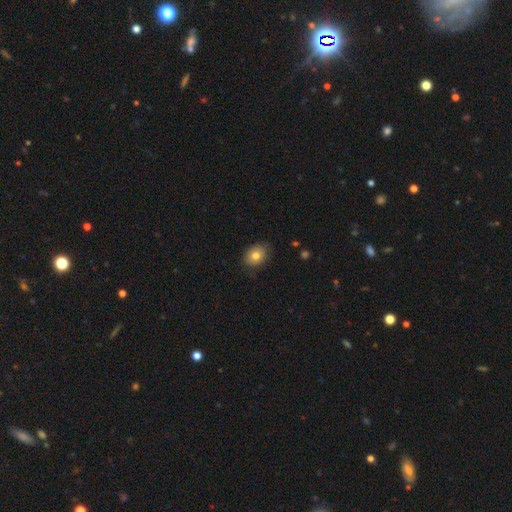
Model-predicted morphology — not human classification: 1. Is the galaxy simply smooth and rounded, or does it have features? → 79% smooth, 12% featured or disk, 9% star or artifact.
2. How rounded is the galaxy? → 55% in between, 44% round, 1% cigar-shaped.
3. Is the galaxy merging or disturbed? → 80% none, 16% minor disturbance, 3% major disturbance, 1% merger.